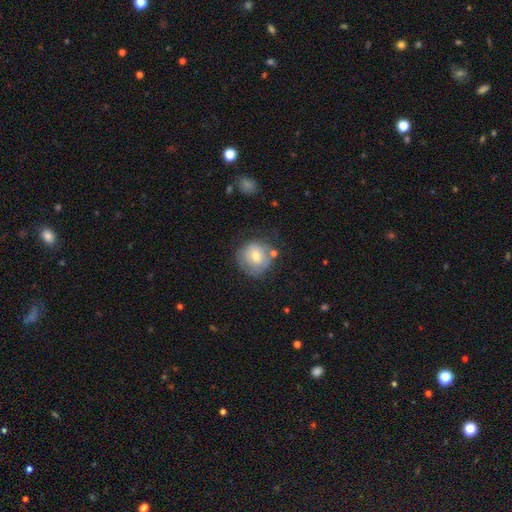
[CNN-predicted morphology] This is possibly a smooth galaxy (57%). How rounded: clearly round (88%). Merging: possibly none (56%).